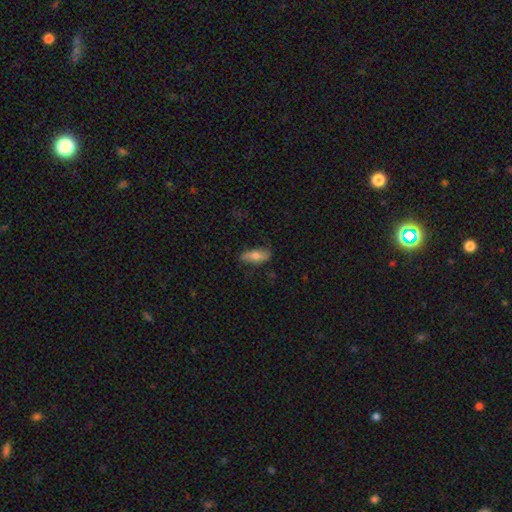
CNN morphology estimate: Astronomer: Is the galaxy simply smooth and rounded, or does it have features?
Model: smooth — 65%.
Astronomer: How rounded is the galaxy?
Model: in between — 74%.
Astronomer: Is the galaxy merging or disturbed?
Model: none — 75%.